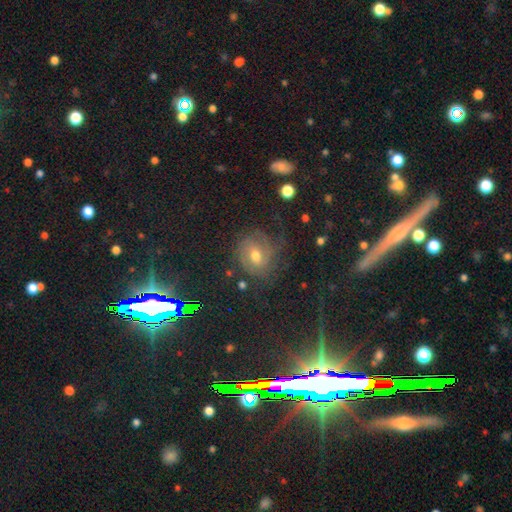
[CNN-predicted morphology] This appears to be a featured or disk galaxy (44%). Merging: none (66%).